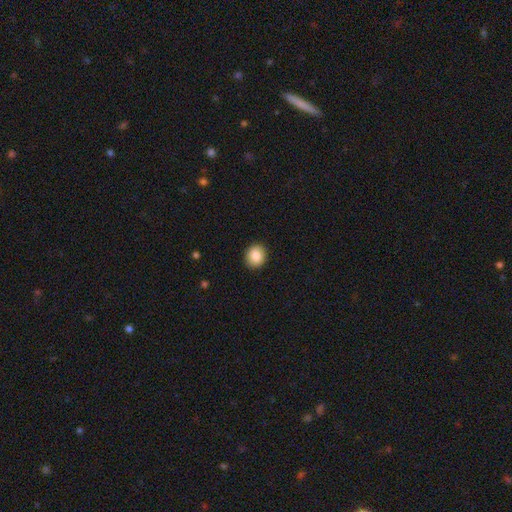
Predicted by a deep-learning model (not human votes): Morphology: type=smooth (88%); roundness=round (73%); merging=none (91%).